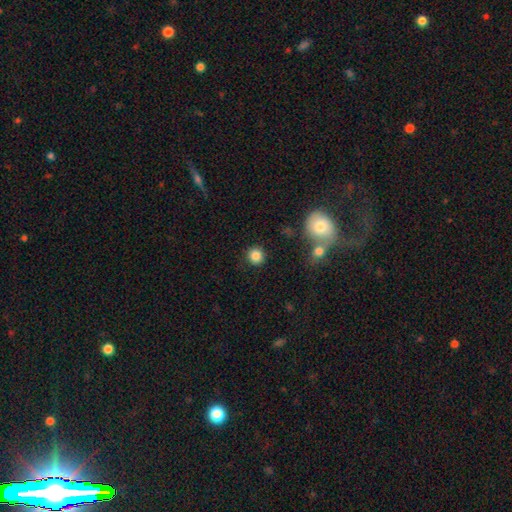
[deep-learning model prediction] A smooth galaxy with no disk features (85%) that is round (92%). Merging: none (88%).